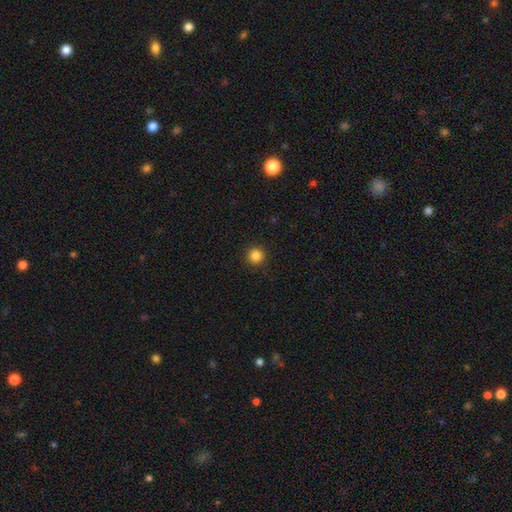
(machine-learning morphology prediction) A smooth galaxy with no disk features (84%) that is round (96%). Merging: none (92%).